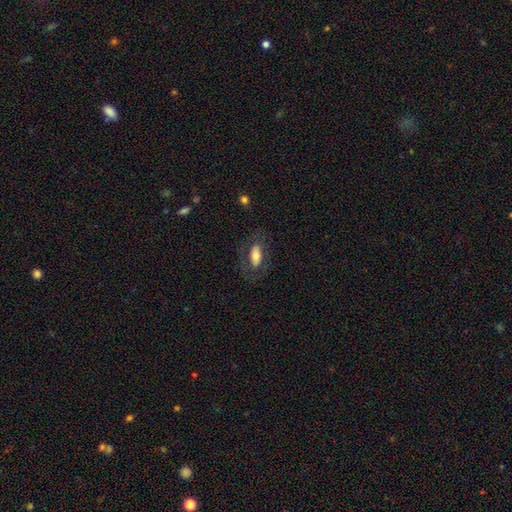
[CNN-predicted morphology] Overall: smooth (64%; featured or disk 29%). How rounded: in between (85%). Merging: none (73%).